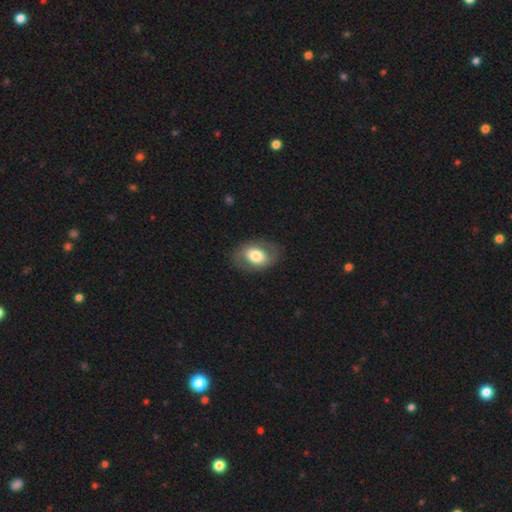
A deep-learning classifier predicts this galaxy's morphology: A smooth galaxy with no disk features (60%) that is in between round and cigar-shaped (79%). Merging: none (80%).